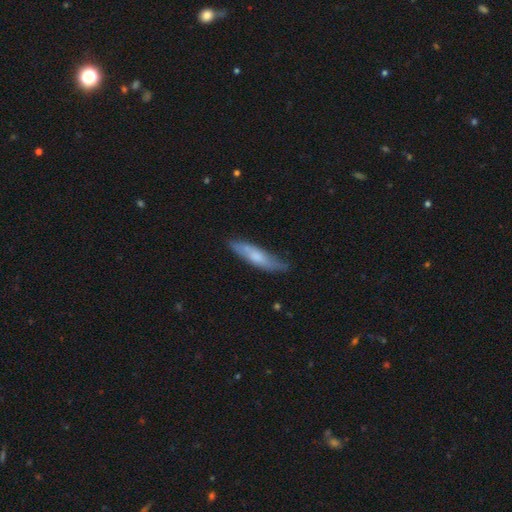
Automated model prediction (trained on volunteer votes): A smooth galaxy with no disk features (58%) that is cigar-shaped (75%). Merging: none (75%).